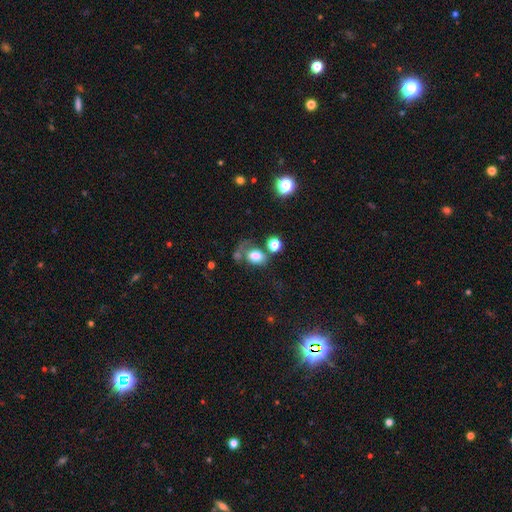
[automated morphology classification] Smooth or featured: smooth — 75% (featured or disk — 13%)
How rounded: in between — 58% (round — 41%)
Merging: none — 43% (merger — 22%)